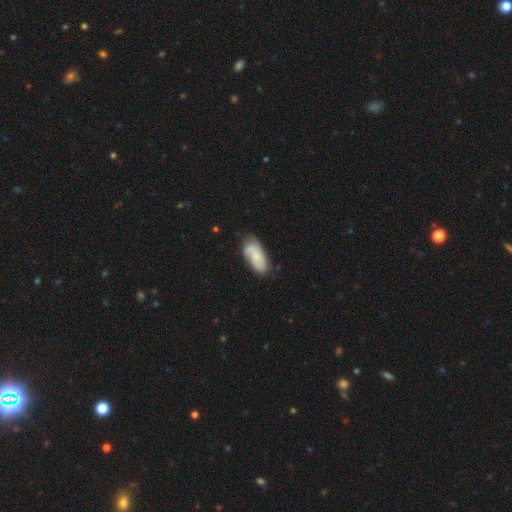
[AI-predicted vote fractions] Q: Smooth or featured?
A: smooth (56%); runner-up: featured or disk (37%)
Q: How rounded?
A: in between (87%); runner-up: cigar-shaped (10%)
Q: Merging?
A: none (64%); runner-up: minor disturbance (27%)